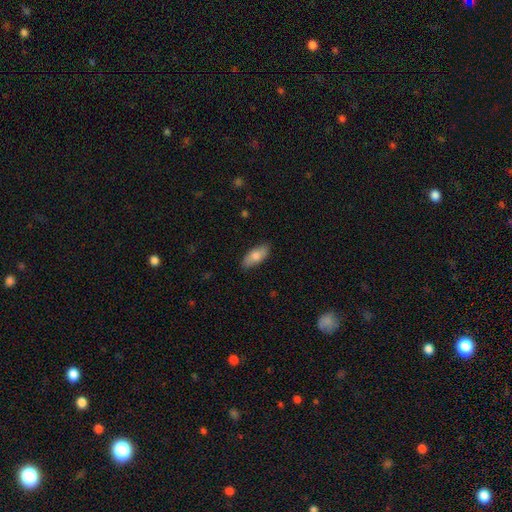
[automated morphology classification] Overall: smooth (74%). How rounded: in between (84%). Merging: none (85%).